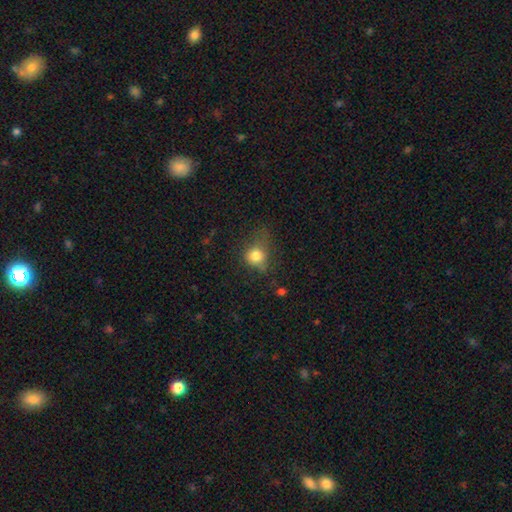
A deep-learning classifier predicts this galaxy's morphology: Smooth or featured: smooth — 80% (star or artifact — 12%)
How rounded: round — 73% (in between — 26%)
Merging: none — 47% (minor disturbance — 30%)